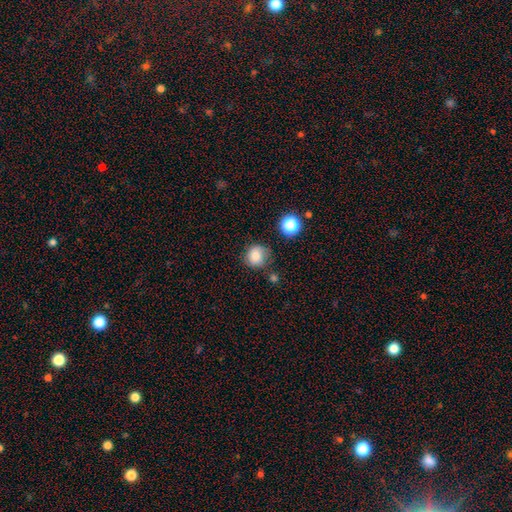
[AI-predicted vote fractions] Q: Smooth or featured?
A: smooth (80%); runner-up: star or artifact (12%)
Q: How rounded?
A: round (86%); runner-up: in between (13%)
Q: Merging?
A: none (70%); runner-up: minor disturbance (19%)